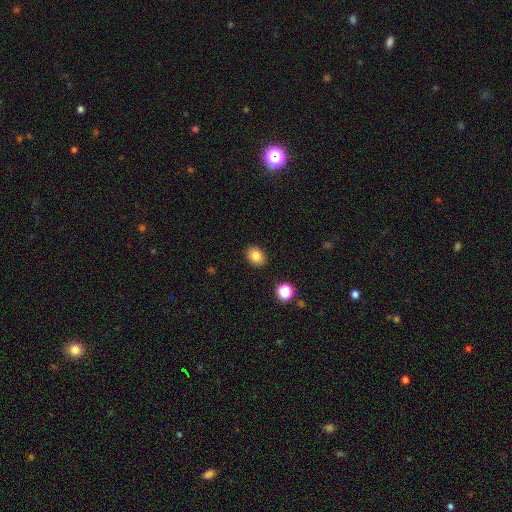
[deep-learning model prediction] smooth 83%, star or artifact 10%, featured or disk 7%. Down the decision tree: how rounded — in between (63%); merging — none (89%).